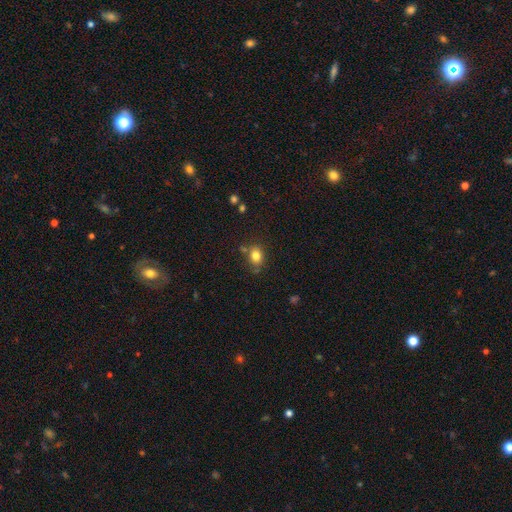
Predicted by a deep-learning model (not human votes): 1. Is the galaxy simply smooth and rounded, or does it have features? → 81% smooth, 11% star or artifact, 8% featured or disk.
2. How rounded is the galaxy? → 50% round, 49% in between, 1% cigar-shaped.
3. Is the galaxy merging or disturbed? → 69% none, 18% minor disturbance, 8% merger, 5% major disturbance.